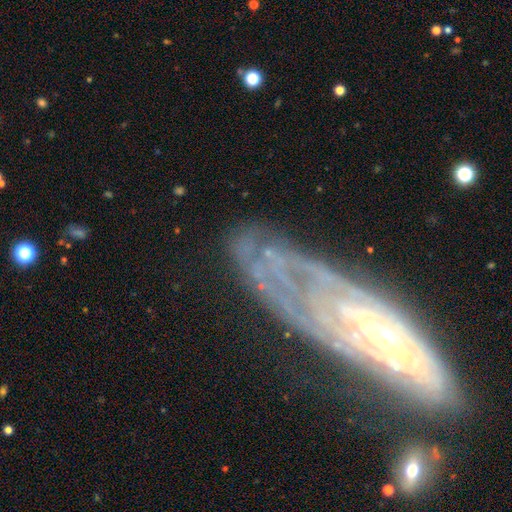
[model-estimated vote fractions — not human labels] Smooth or featured: featured or disk — 76% (smooth — 12%)
Edge-on disk: no — 77% (yes — 23%)
Bar: no — 52% (weak — 28%)
Spiral arms: yes — 79% (no — 21%)
Bulge size: moderate — 45% (small — 40%)
Merging: none — 70% (minor disturbance — 17%)